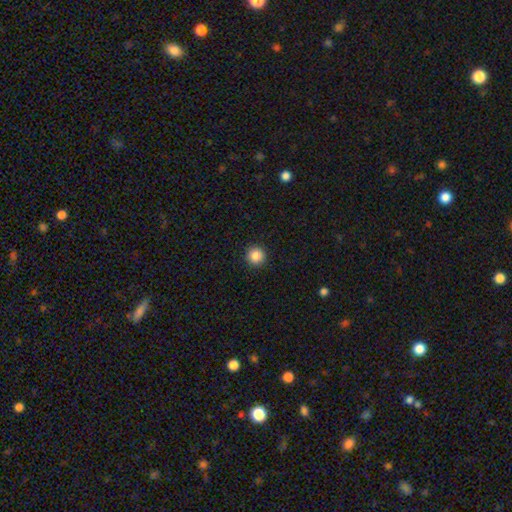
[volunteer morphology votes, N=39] This is clearly a smooth galaxy (85%). How rounded: clearly round (94%). Merging: clearly none (83%).